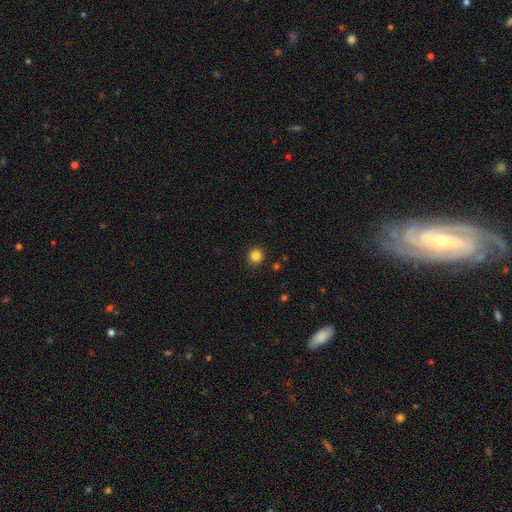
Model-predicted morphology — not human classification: smooth-or-featured: smooth: 84% | star or artifact: 12% | featured or disk: 4%
  how-rounded: round: 91% | in between: 8% | cigar-shaped: 1%
  merging: none: 90% | minor disturbance: 7% | major disturbance: 2% | merger: 1%